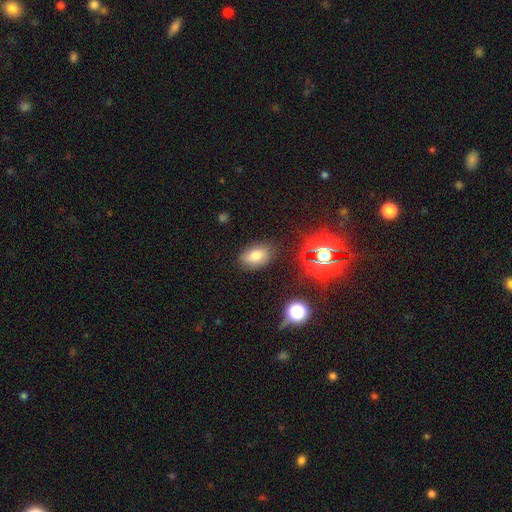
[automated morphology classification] Smooth or featured? Predicted: smooth (p=0.72). How rounded? Predicted: in between (p=0.85). Merging? Predicted: none (p=0.83).